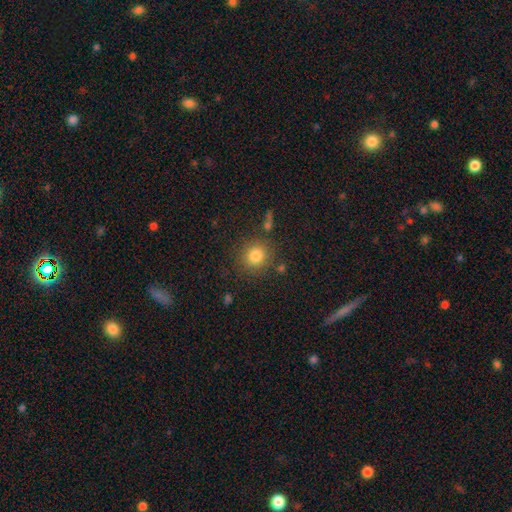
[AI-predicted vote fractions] smooth-or-featured: smooth: 81% | star or artifact: 12% | featured or disk: 7%
  how-rounded: round: 88% | in between: 11% | cigar-shaped: 1%
  merging: none: 83% | minor disturbance: 9% | merger: 4% | major disturbance: 4%